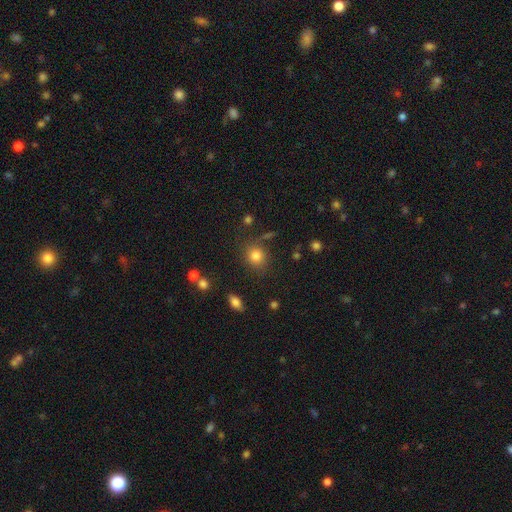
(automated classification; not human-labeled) Overall: smooth (81%). How rounded: round (78%). Merging: none (78%).